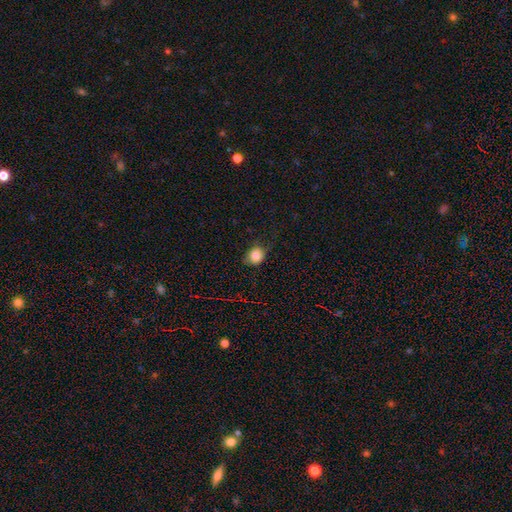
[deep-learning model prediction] This appears to be a smooth galaxy with no disk features (83%) that is round (73%). Merging: none (66%).